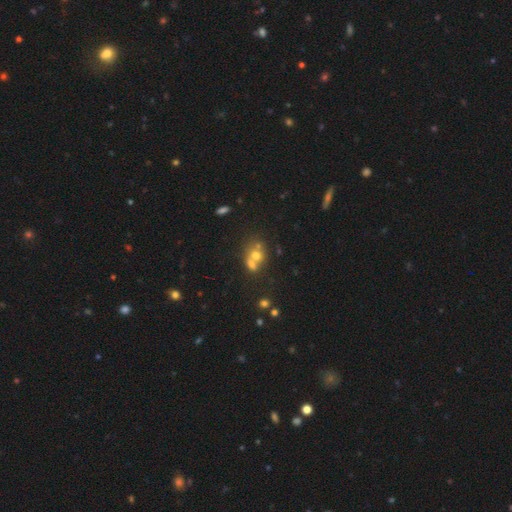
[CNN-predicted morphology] type=smooth (59%); roundness=round (63%); merging=merger (60%).